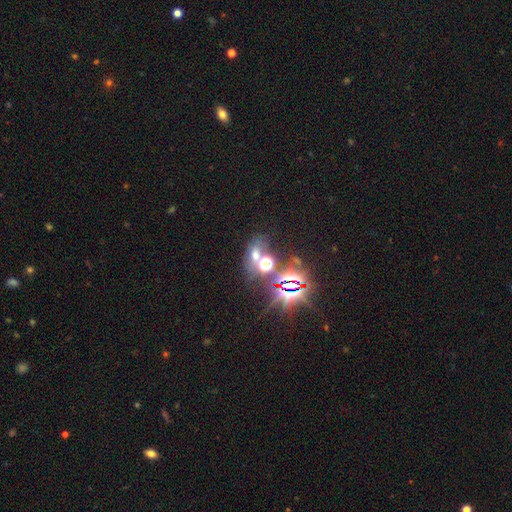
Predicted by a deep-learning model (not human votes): The model was most divided on "smooth or featured": star or artifact: 50%, smooth: 37%, featured or disk: 13%.